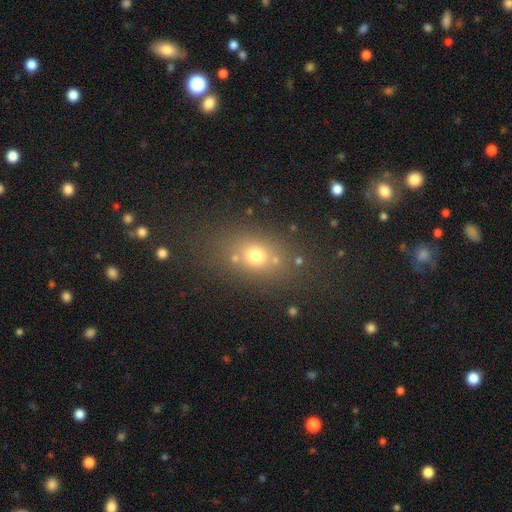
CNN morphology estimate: Smooth or featured? smooth (68%)
How rounded? in between (56%)
Merging? none (75%)